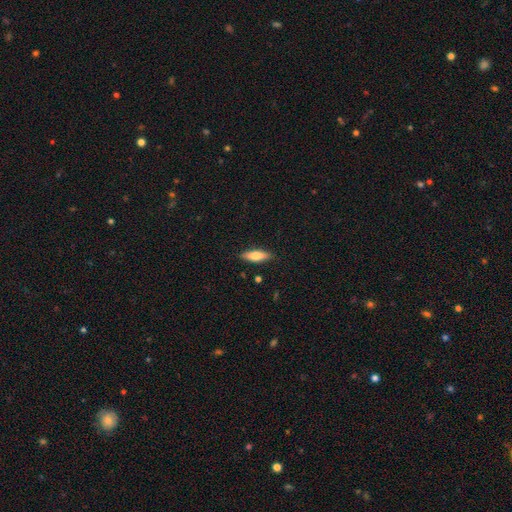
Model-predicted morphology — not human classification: smooth_or_featured: smooth (p=0.65) [alt: featured or disk p=0.29]
how_rounded: in between (p=0.49) [tied with: cigar-shaped p=0.49]
merging: none (p=0.88) [alt: minor disturbance p=0.09]